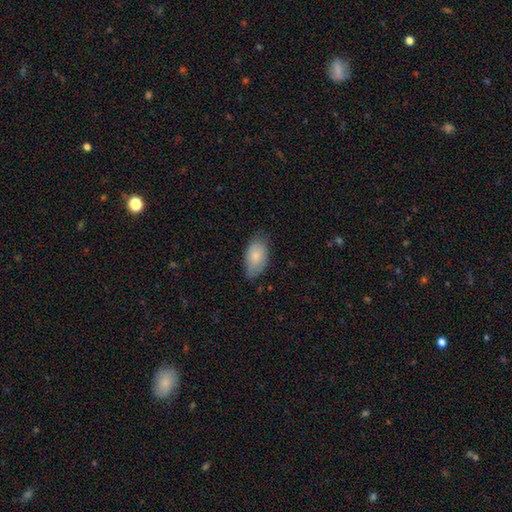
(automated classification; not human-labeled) Smooth or featured? smooth (79%)
How rounded? in between (93%)
Merging? none (67%)